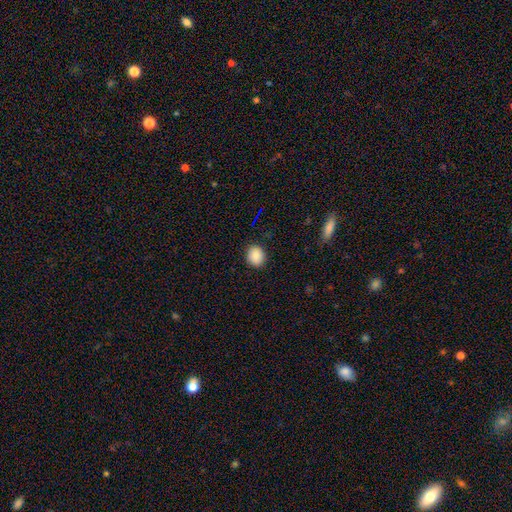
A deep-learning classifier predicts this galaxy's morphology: smooth-or-featured: smooth: 87% | star or artifact: 9% | featured or disk: 4%
  how-rounded: round: 64% | in between: 35% | cigar-shaped: 1%
  merging: none: 89% | minor disturbance: 8% | major disturbance: 2% | merger: 1%